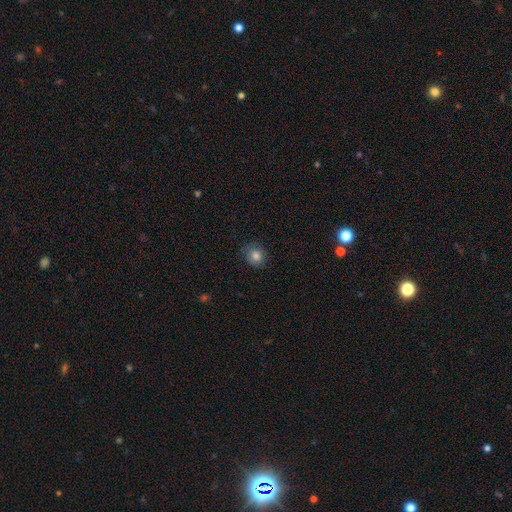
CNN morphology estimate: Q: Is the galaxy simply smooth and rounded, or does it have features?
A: smooth — 80%.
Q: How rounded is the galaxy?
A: round — 77%.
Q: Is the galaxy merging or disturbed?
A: none — 81%.